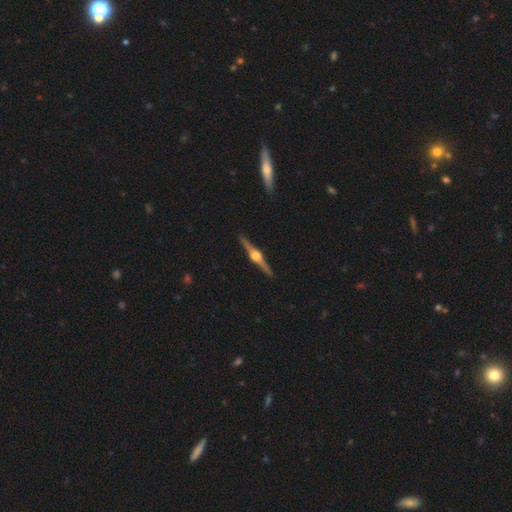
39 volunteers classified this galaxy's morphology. Overall: featured or disk (92%). Edge-on disk: yes (100%). Edge-on bulge: rounded (97%). Merging: none (95%).